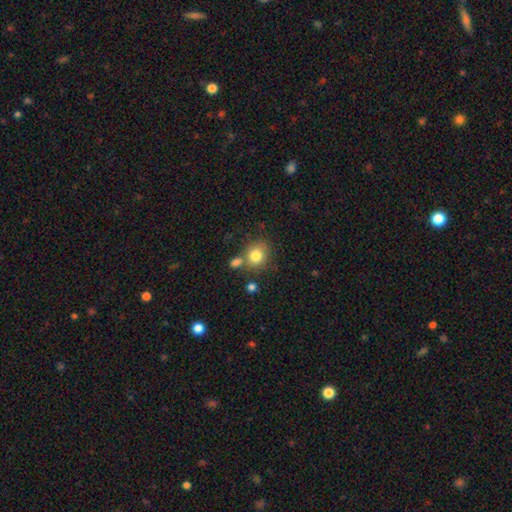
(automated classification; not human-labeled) Smooth or featured? smooth (80%)
How rounded? round (76%)
Merging? none (64%)